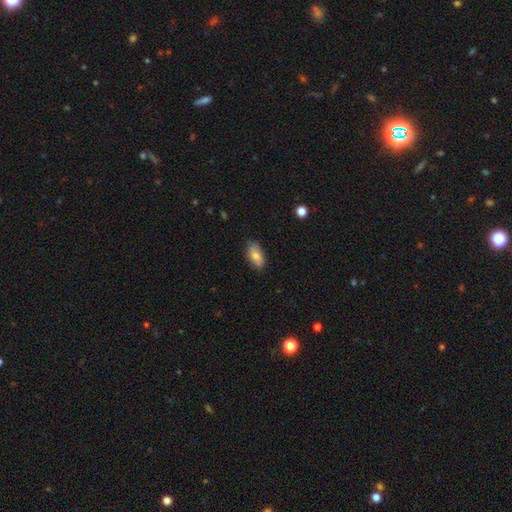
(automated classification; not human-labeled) smooth-or-featured: smooth: 77% | featured or disk: 16% | star or artifact: 7%
  how-rounded: in between: 91% | round: 5% | cigar-shaped: 4%
  merging: none: 82% | minor disturbance: 14% | major disturbance: 2% | merger: 2%